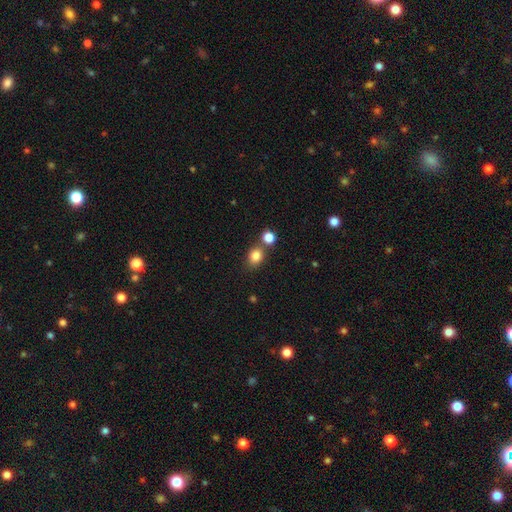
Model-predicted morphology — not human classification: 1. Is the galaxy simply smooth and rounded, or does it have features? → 82% smooth, 11% star or artifact, 6% featured or disk.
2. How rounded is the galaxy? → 50% round, 49% in between, 1% cigar-shaped.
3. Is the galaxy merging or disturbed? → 63% none, 22% merger, 11% minor disturbance, 4% major disturbance.